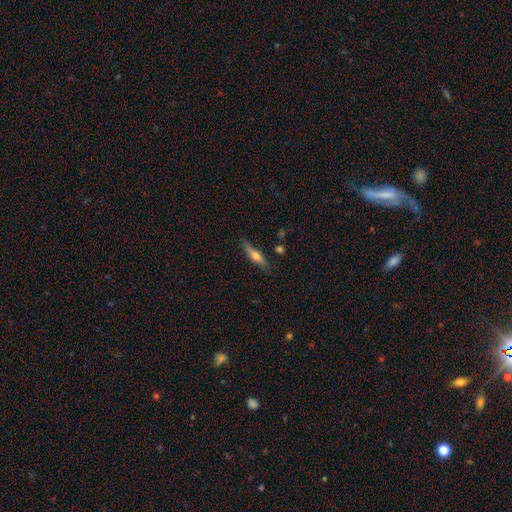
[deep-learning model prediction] Smooth or featured?
  - smooth: 56% *
  - featured or disk: 37%
  - star or artifact: 7%
How rounded?
  - cigar-shaped: 76% *
  - in between: 22%
  - round: 2%
Merging?
  - none: 82% *
  - minor disturbance: 13%
  - major disturbance: 3%
  - merger: 2%